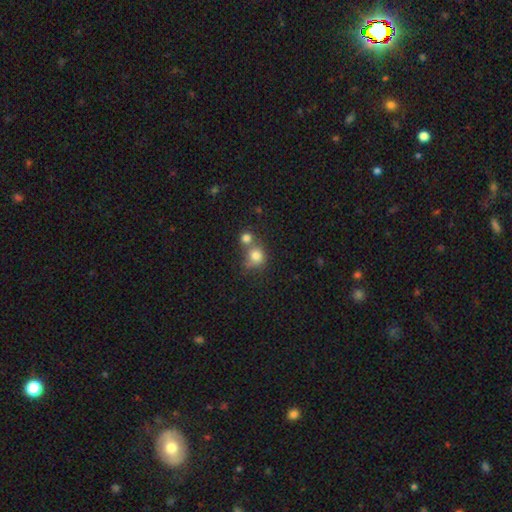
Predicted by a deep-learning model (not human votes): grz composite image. It shows a smooth galaxy with no disk features (80%) that is round (83%). Merging: merger (45%).